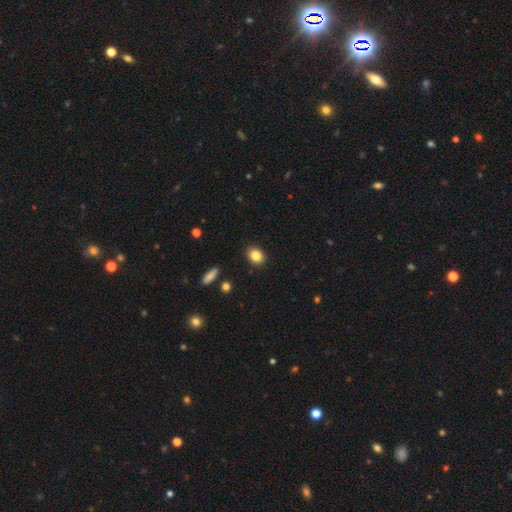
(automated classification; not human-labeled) The model was most divided on "how rounded": round: 51%, in between: 48%, cigar-shaped: 1%. More confident: merging — none (90%); smooth or featured — smooth (84%).